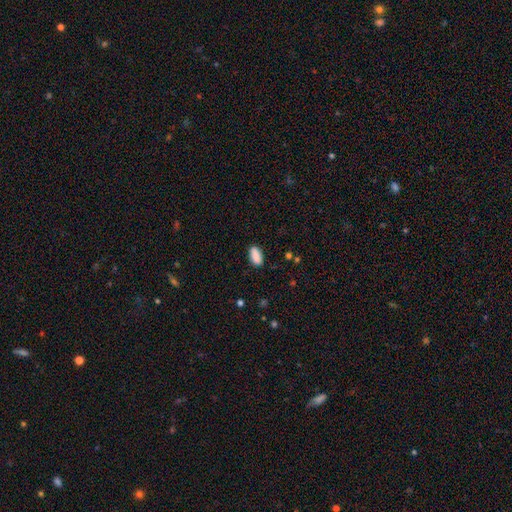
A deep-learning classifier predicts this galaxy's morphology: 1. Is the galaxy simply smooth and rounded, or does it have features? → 88% smooth, 7% star or artifact, 4% featured or disk.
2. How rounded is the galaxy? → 86% in between, 12% cigar-shaped, 3% round.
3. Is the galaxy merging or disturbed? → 84% none, 11% minor disturbance, 2% major disturbance, 2% merger.